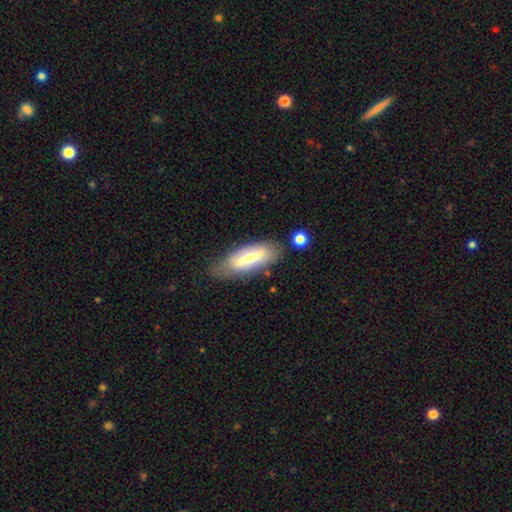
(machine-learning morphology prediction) This appears to be a smooth galaxy with no disk features (51%) that is in between round and cigar-shaped (57%). Merging: none (61%).